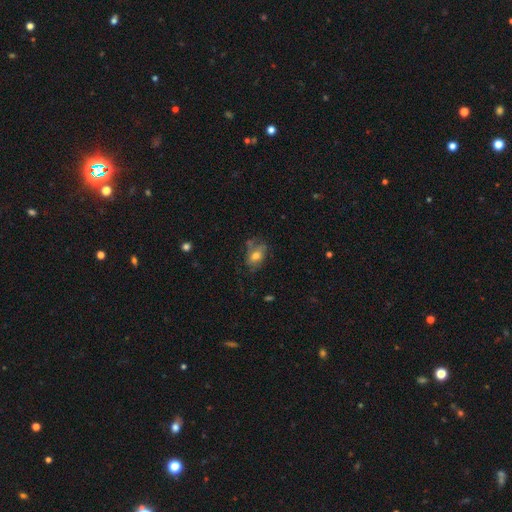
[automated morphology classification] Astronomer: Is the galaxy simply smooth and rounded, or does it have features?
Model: smooth — 57%.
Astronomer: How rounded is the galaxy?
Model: in between — 81%.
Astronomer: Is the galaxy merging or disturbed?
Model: none — 50% (runner-up: minor disturbance, 28%).